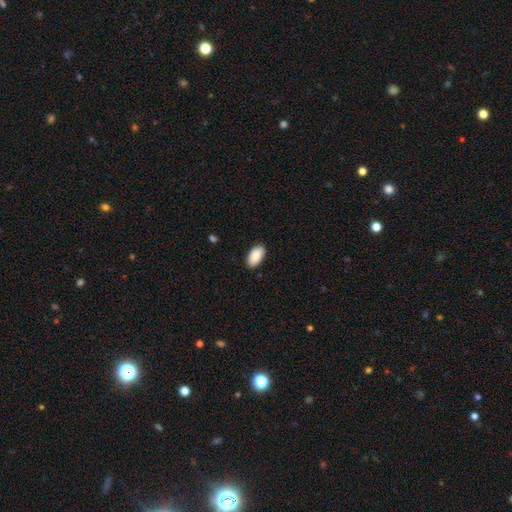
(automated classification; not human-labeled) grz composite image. It shows a smooth galaxy with no disk features (89%) that is in between round and cigar-shaped (95%). Merging: none (88%).